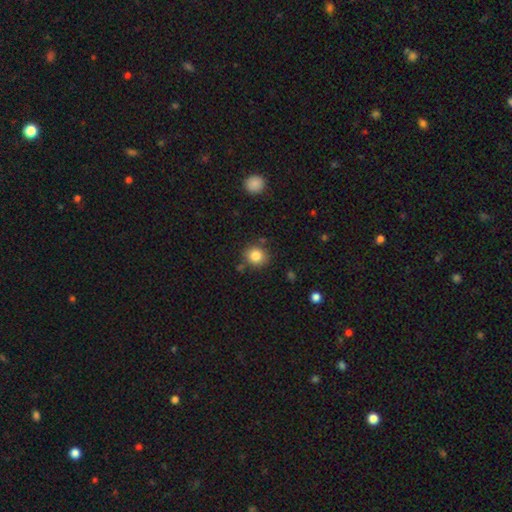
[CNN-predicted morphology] Overall: smooth (84%). How rounded: round (83%). Merging: none (82%).